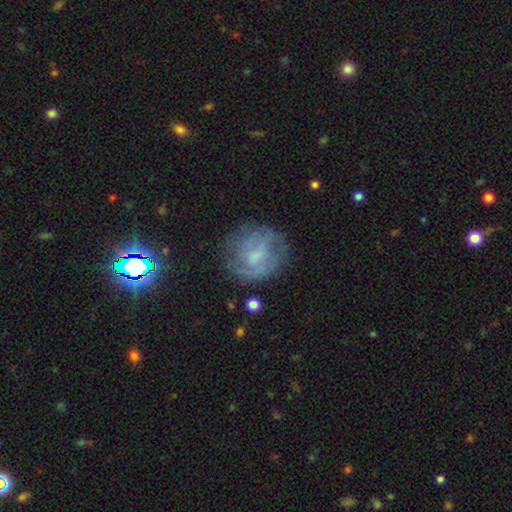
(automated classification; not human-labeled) Smooth or featured?
  - featured or disk: 54% *
  - smooth: 34%
  - star or artifact: 12%
Edge-on disk?
  - no: 97% *
  - yes: 3%
Bar?
  - no: 51% *
  - weak: 40%
  - strong: 10%
Spiral arms?
  - yes: 59% *
  - no: 41%
Bulge size?
  - none: 35% *
  - small: 32%
  - moderate: 27%
  - large: 4%
  - dominant: 1%
Merging?
  - none: 69% *
  - minor disturbance: 18%
  - major disturbance: 11%
  - merger: 2%